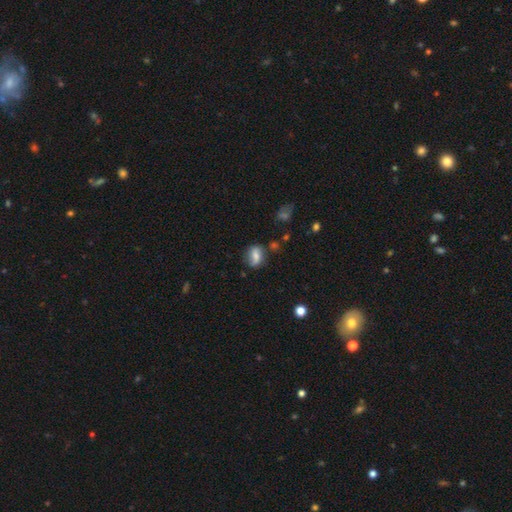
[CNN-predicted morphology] Smooth or featured? Predicted: smooth (p=0.61). How rounded? Predicted: in between (p=0.63). Merging? Predicted: none (p=0.65).